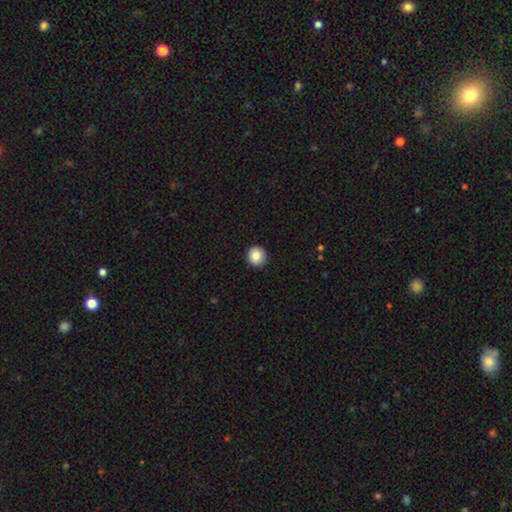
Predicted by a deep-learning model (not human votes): Smooth or featured?
  - smooth: 86% *
  - star or artifact: 9%
  - featured or disk: 5%
How rounded?
  - round: 94% *
  - in between: 5%
  - cigar-shaped: 1%
Merging?
  - none: 92% *
  - minor disturbance: 6%
  - major disturbance: 2%
  - merger: 1%